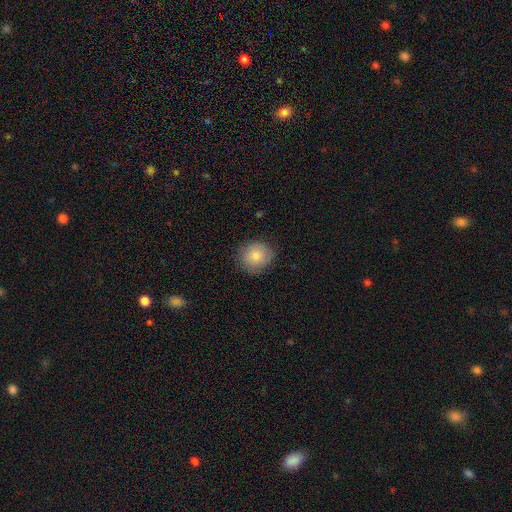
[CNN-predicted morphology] type=smooth (81%); roundness=round (84%); merging=none (82%).